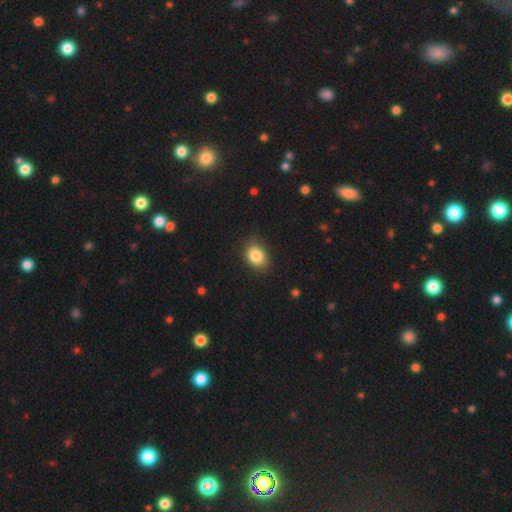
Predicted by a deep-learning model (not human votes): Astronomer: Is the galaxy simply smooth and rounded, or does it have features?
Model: smooth — 84%.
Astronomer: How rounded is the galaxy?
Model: in between — 65%.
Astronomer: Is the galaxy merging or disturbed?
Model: none — 77%.